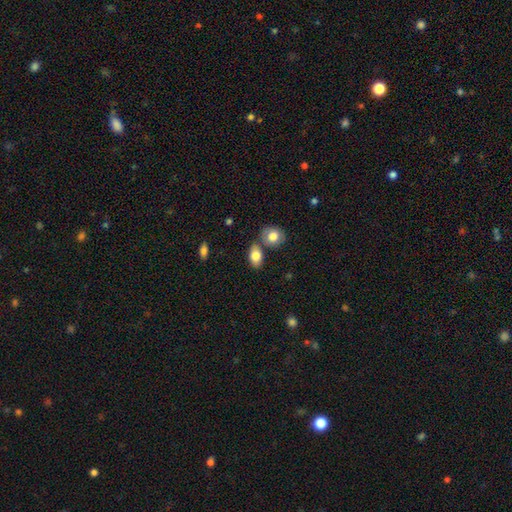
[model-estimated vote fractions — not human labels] Q: Smooth or featured?
A: smooth (82%); runner-up: featured or disk (11%)
Q: How rounded?
A: in between (87%); runner-up: round (11%)
Q: Merging?
A: none (62%); runner-up: merger (22%)